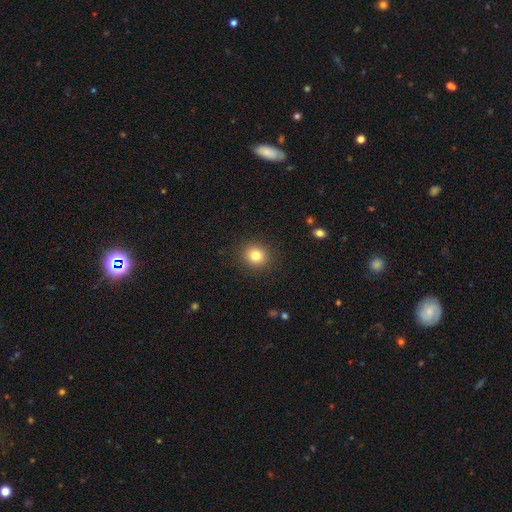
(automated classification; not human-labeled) smooth 81%, star or artifact 12%, featured or disk 7%. Down the decision tree: how rounded — round (84%); merging — none (90%).